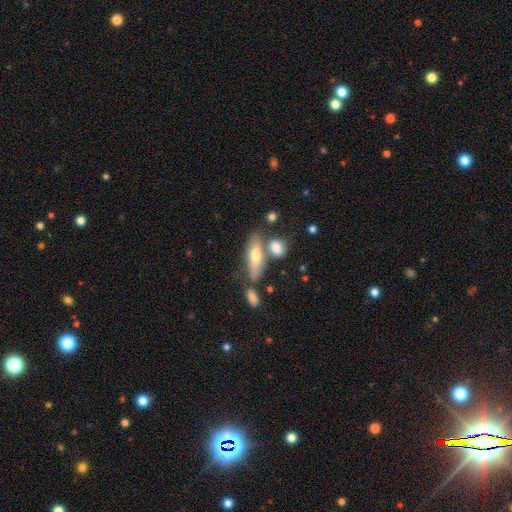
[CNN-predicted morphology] Smooth or featured?
  - smooth: 62% *
  - featured or disk: 30%
  - star or artifact: 8%
How rounded?
  - in between: 58% *
  - cigar-shaped: 38%
  - round: 4%
Merging?
  - none: 55% *
  - merger: 24%
  - minor disturbance: 16%
  - major disturbance: 6%